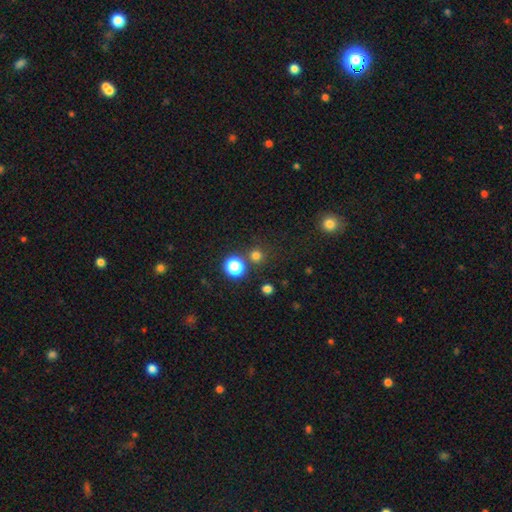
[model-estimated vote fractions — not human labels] The model was most divided on "smooth or featured": smooth: 72%, star or artifact: 23%, featured or disk: 5%. More confident: how rounded — round (94%); merging — none (82%).